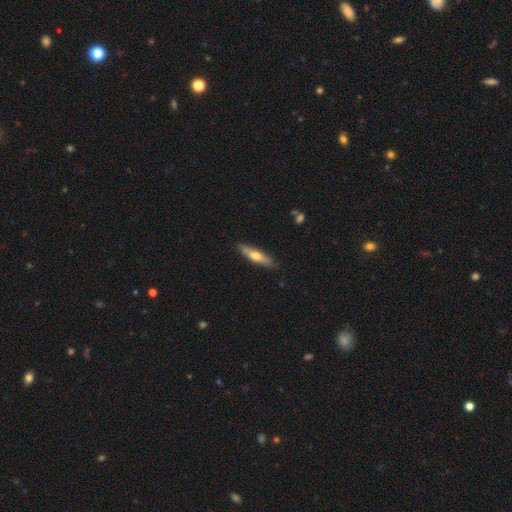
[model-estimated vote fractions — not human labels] Smooth or featured: smooth — 49% (featured or disk — 45%)
Merging: none — 85% (minor disturbance — 11%)